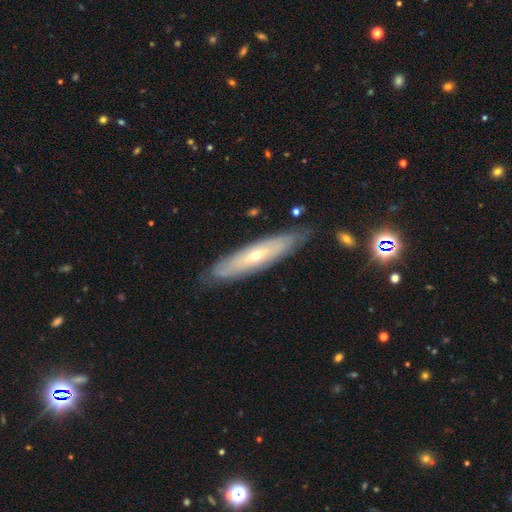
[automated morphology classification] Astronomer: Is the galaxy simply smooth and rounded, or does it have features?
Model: featured or disk — 67%.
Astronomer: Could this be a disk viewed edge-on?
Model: no — 54% (runner-up: yes, 46%).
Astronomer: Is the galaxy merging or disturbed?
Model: none — 82%.